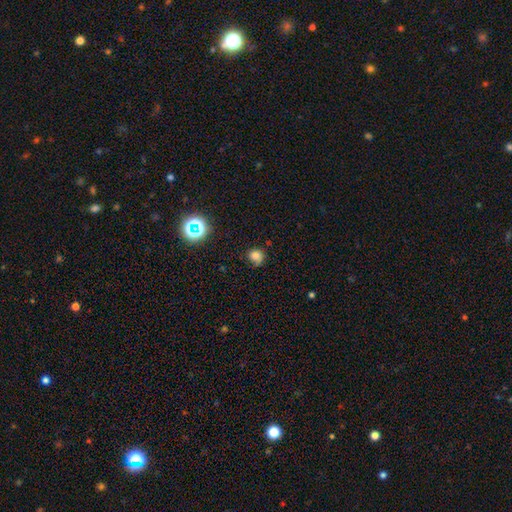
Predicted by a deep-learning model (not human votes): This is likely a smooth galaxy (75%). How rounded: likely round (80%). Merging: likely none (67%).